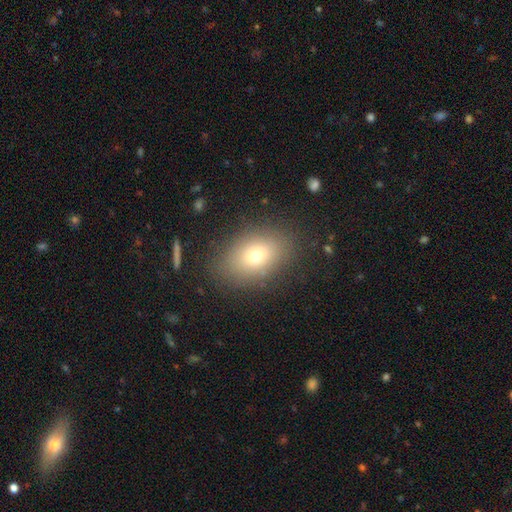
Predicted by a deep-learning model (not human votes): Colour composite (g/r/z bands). It shows a smooth galaxy with no disk features (73%) that is in between round and cigar-shaped (80%). Merging: none (83%).